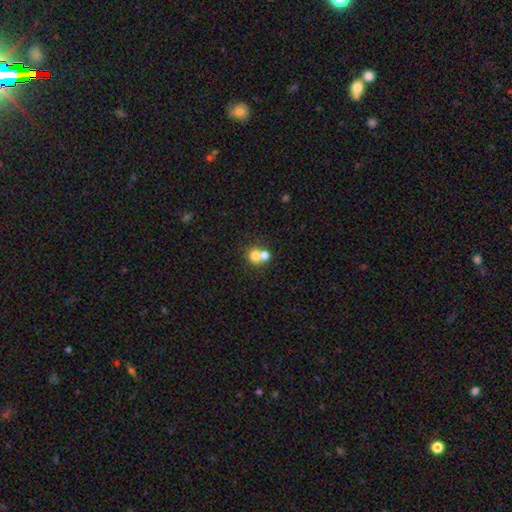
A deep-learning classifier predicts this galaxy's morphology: Q: Smooth or featured?
A: smooth (72%); runner-up: featured or disk (16%)
Q: How rounded?
A: round (79%); runner-up: in between (20%)
Q: Merging?
A: merger (52%); runner-up: none (38%)